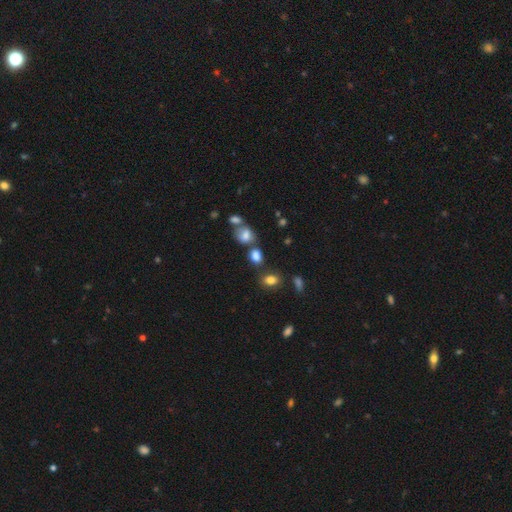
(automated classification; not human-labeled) smooth-or-featured: smooth: 78% | star or artifact: 13% | featured or disk: 9%
  how-rounded: in between: 58% | round: 40% | cigar-shaped: 2%
  merging: none: 53% | merger: 24% | minor disturbance: 16% | major disturbance: 7%